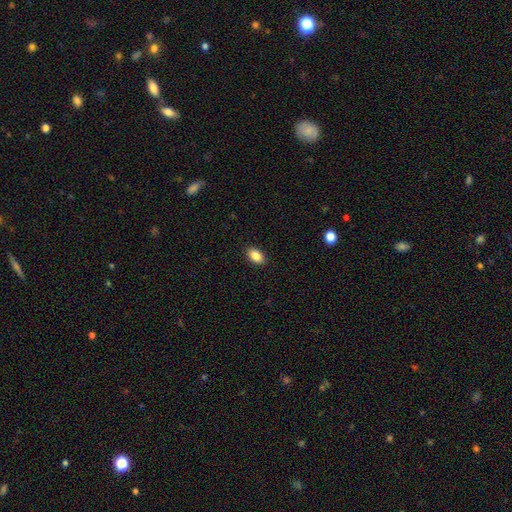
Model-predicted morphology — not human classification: This appears to be a smooth galaxy with no disk features (87%) that is in between round and cigar-shaped (89%). Merging: none (90%).